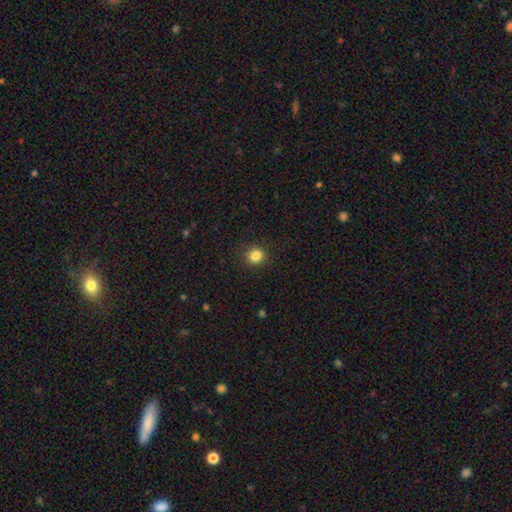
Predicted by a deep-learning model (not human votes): Smooth or featured?
  - smooth: 84% *
  - star or artifact: 11%
  - featured or disk: 4%
How rounded?
  - round: 87% *
  - in between: 12%
  - cigar-shaped: 1%
Merging?
  - none: 91% *
  - minor disturbance: 6%
  - major disturbance: 2%
  - merger: 1%